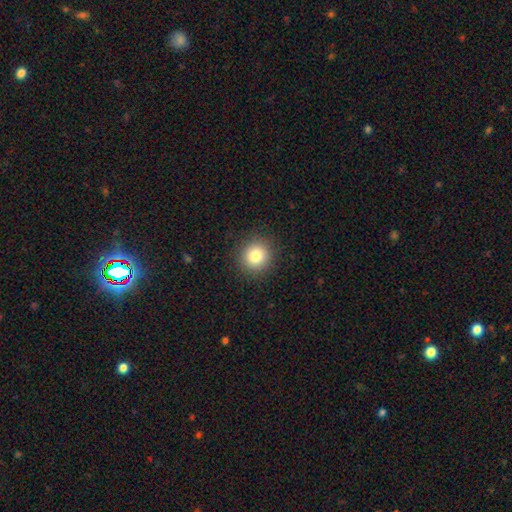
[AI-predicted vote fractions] Smooth or featured? Predicted: smooth (p=0.81). How rounded? Predicted: round (p=0.92). Merging? Predicted: none (p=0.91).